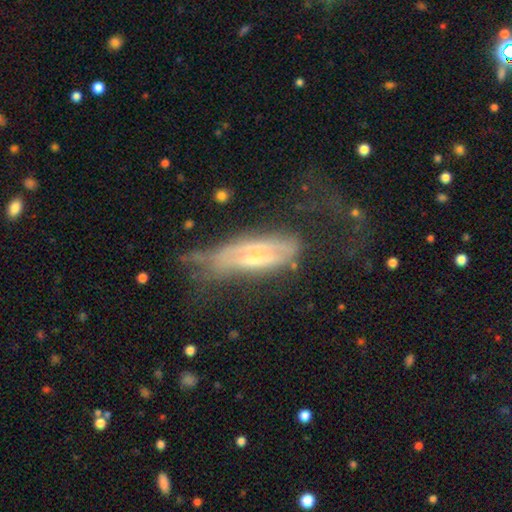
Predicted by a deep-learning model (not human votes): Morphology: type=featured or disk (65%); edge-on=yes (51%); merging=major disturbance (37%).